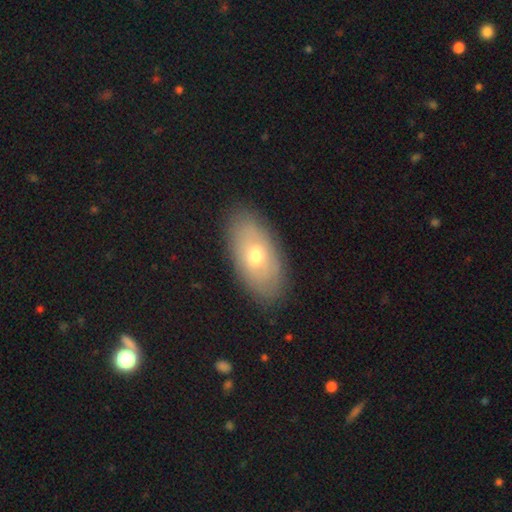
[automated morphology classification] A smooth galaxy with no disk features (60%) that is in between round and cigar-shaped (91%).

Vote fractions:
- Smooth or featured? smooth: 60% / featured or disk: 33% / star or artifact: 7%
- How rounded? in between: 91% / round: 5% / cigar-shaped: 4%
- Merging? none: 85% / minor disturbance: 11% / major disturbance: 3% / merger: 1%